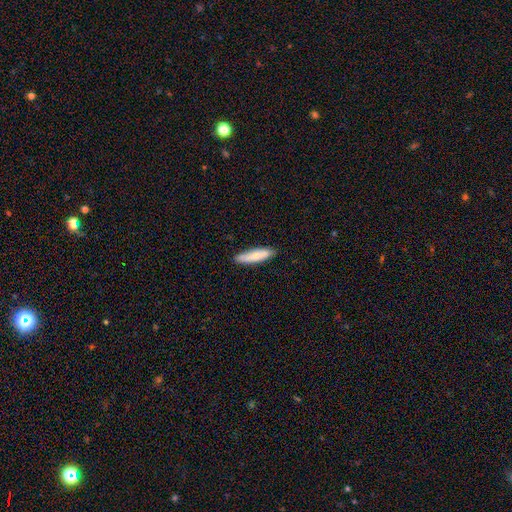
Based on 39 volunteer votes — Volunteers were most divided on "smooth or featured": smooth: 56%, featured or disk: 33%, star or artifact: 10%. More confident: merging — none (83%); how rounded — cigar-shaped (73%).